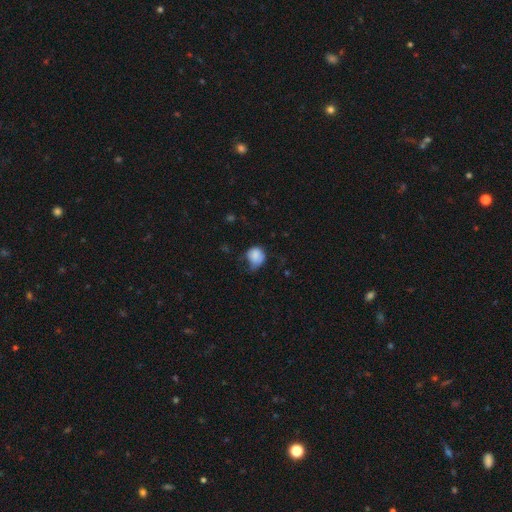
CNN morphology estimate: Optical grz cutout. It shows a smooth galaxy with no disk features (81%) that is round (68%). Merging: minor disturbance (42%).